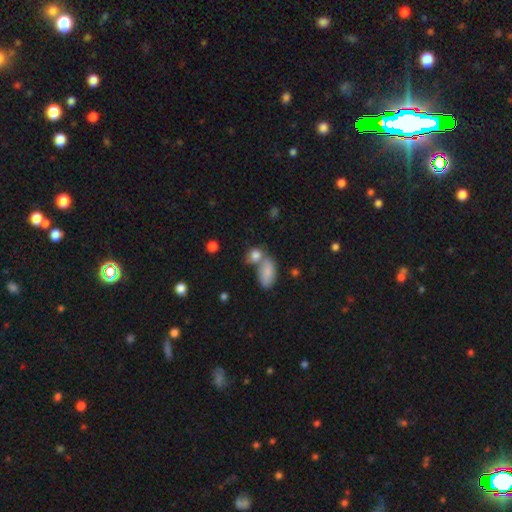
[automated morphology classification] type=smooth (50%); roundness=in between (68%); merging=none (45%).